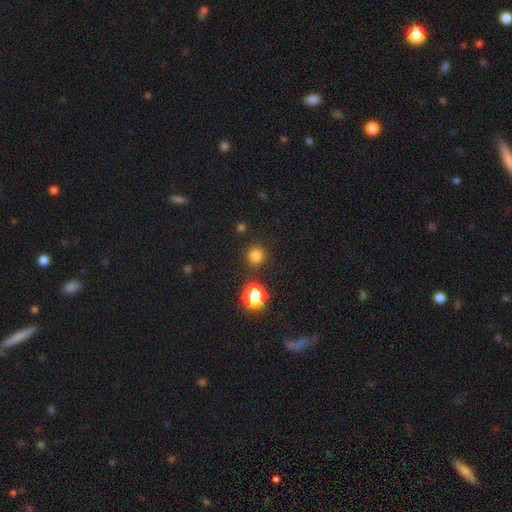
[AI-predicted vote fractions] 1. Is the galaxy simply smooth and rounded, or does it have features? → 78% smooth, 18% star or artifact, 4% featured or disk.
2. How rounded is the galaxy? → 94% round, 5% in between, 1% cigar-shaped.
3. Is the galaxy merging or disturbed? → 89% none, 6% minor disturbance, 3% major disturbance, 2% merger.